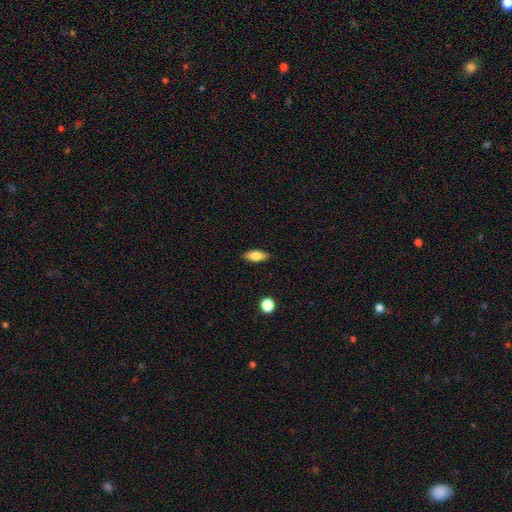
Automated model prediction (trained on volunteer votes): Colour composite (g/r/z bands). It shows a smooth galaxy with no disk features (76%) that is in between round and cigar-shaped (79%). Merging: none (86%).